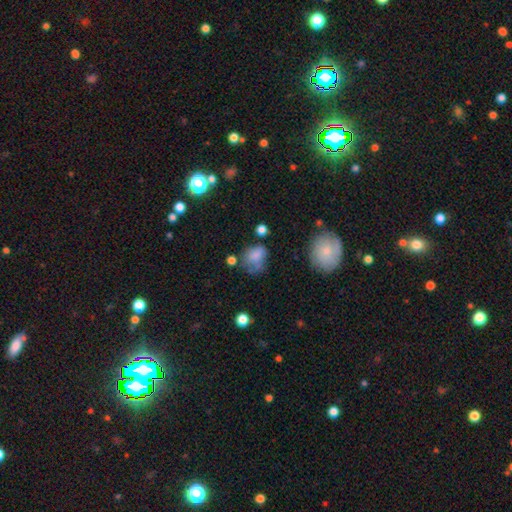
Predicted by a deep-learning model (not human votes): Smooth or featured?
  - smooth: 70% *
  - featured or disk: 17%
  - star or artifact: 13%
How rounded?
  - in between: 57% *
  - round: 42%
  - cigar-shaped: 1%
Merging?
  - none: 36% *
  - minor disturbance: 29%
  - major disturbance: 26%
  - merger: 9%